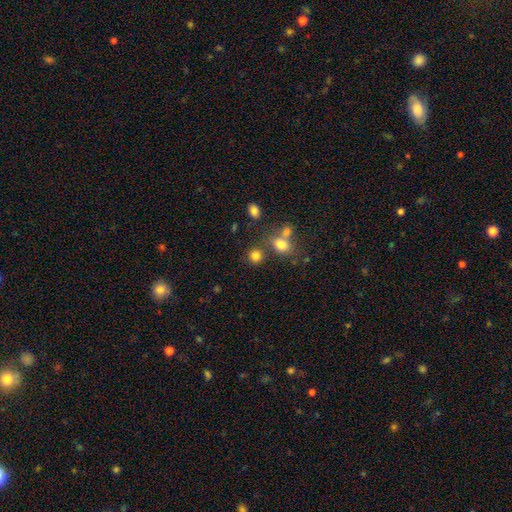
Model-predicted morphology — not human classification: Q: Smooth or featured?
A: smooth (79%); runner-up: star or artifact (13%)
Q: How rounded?
A: round (80%); runner-up: in between (18%)
Q: Merging?
A: none (67%); runner-up: merger (19%)